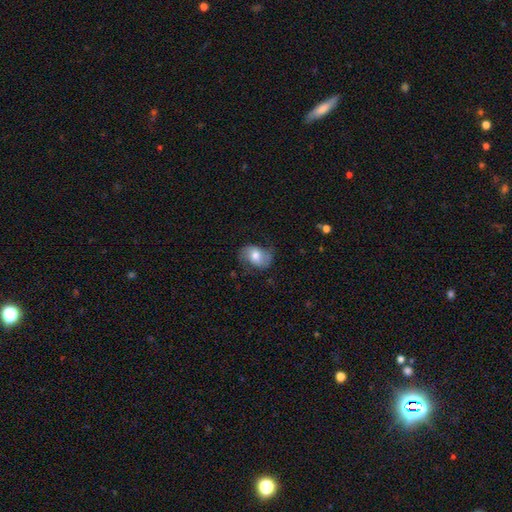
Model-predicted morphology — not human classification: A smooth galaxy with no disk features (55%) that is in between round and cigar-shaped (77%).

Vote fractions:
- Smooth or featured? smooth: 55% / featured or disk: 37% / star or artifact: 8%
- How rounded? in between: 77% / round: 22% / cigar-shaped: 1%
- Merging? none: 64% / minor disturbance: 24% / major disturbance: 10% / merger: 1%